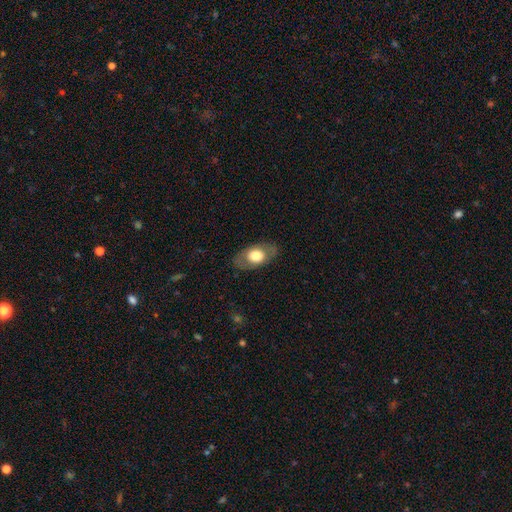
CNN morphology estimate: This is possibly a smooth galaxy (59%). How rounded: clearly in between (86%). Merging: clearly none (81%).